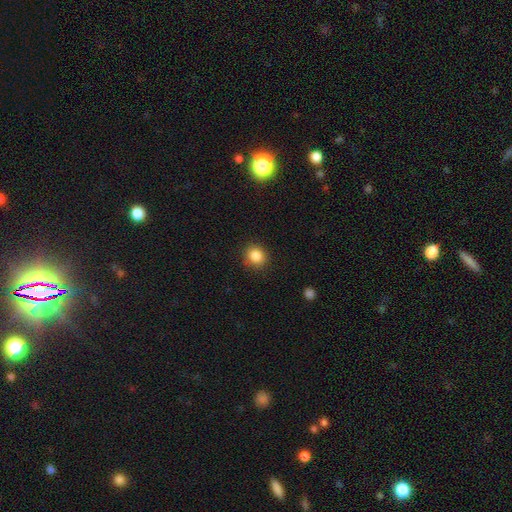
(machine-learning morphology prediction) Smooth or featured: smooth — 86% (star or artifact — 10%)
How rounded: round — 82% (in between — 17%)
Merging: none — 88% (minor disturbance — 8%)